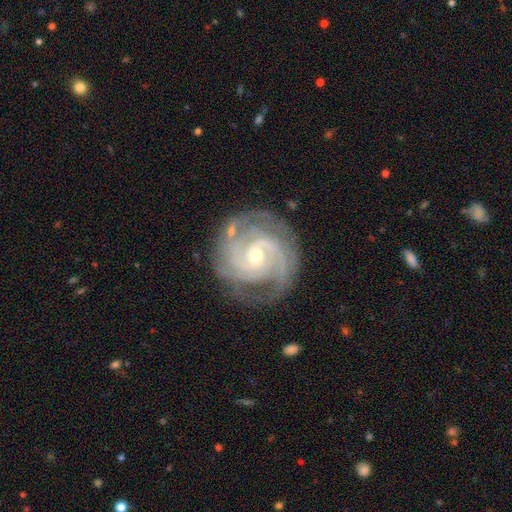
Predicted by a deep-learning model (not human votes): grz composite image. It shows a featured or disk galaxy (91%) with no bar (52%), 3 (34%) tight (66%) spiral arms (98%) and a small central bulge (58%). Merging: none (77%).